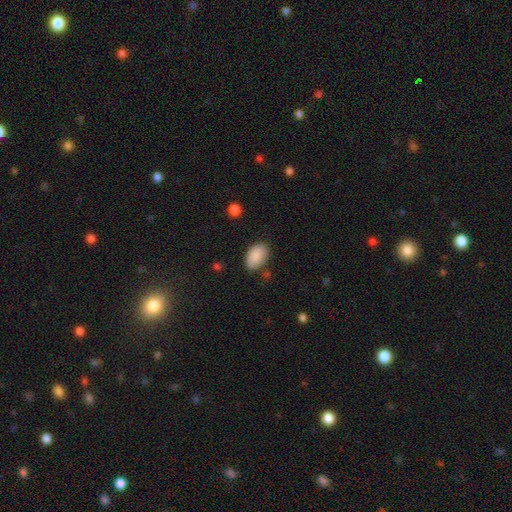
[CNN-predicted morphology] smooth 89%, star or artifact 6%, featured or disk 5%. Down the decision tree: how rounded — in between (93%); merging — none (80%).